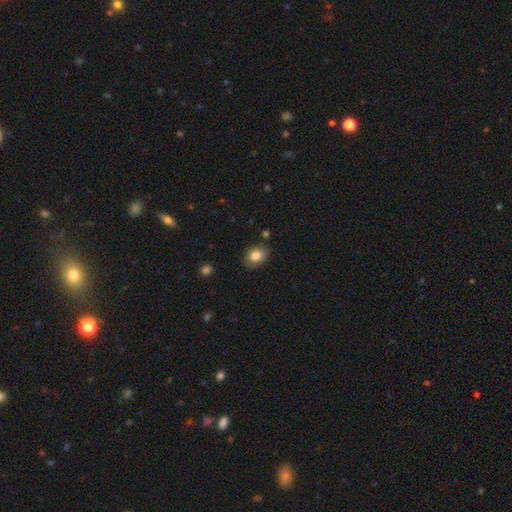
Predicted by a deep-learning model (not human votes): Overall: smooth (81%). How rounded: in between (71%). Merging: none (79%).